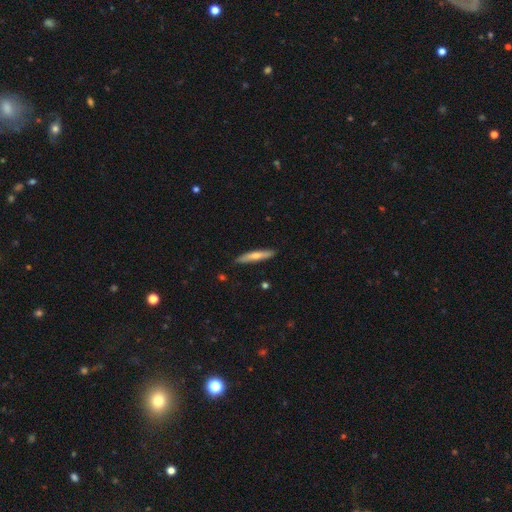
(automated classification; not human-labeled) A smooth galaxy with no disk features (60%) that is cigar-shaped (90%).

Vote fractions:
- Smooth or featured? smooth: 60% / featured or disk: 35% / star or artifact: 5%
- How rounded? cigar-shaped: 90% / in between: 9% / round: 1%
- Merging? none: 88% / minor disturbance: 9% / major disturbance: 2% / merger: 1%